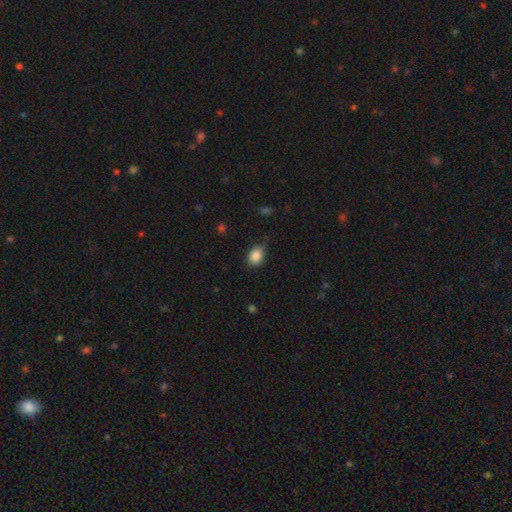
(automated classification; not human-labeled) Morphology: type=smooth (87%); roundness=in between (74%); merging=none (75%).